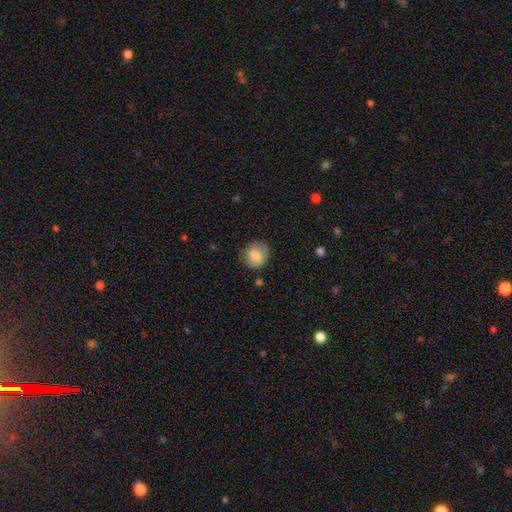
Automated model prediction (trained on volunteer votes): Overall: smooth (81%). How rounded: round (79%). Merging: none (80%).